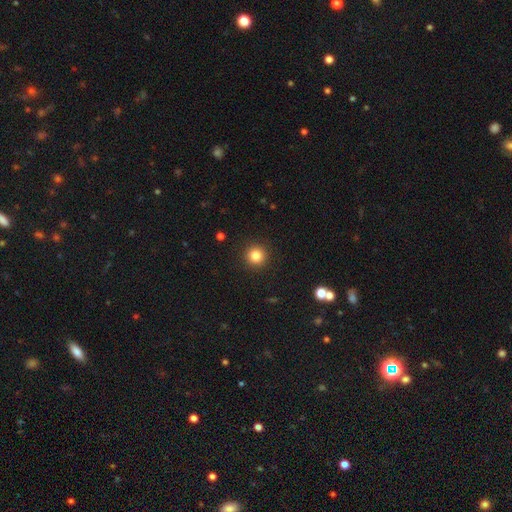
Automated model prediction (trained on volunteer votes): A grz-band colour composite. It shows a smooth galaxy with no disk features (83%) that is round (95%). Merging: none (92%).